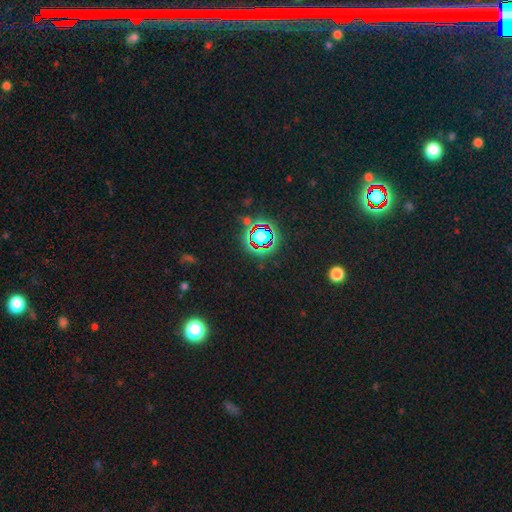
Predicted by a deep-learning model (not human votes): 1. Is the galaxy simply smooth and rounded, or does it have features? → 81% star or artifact, 11% smooth, 8% featured or disk.